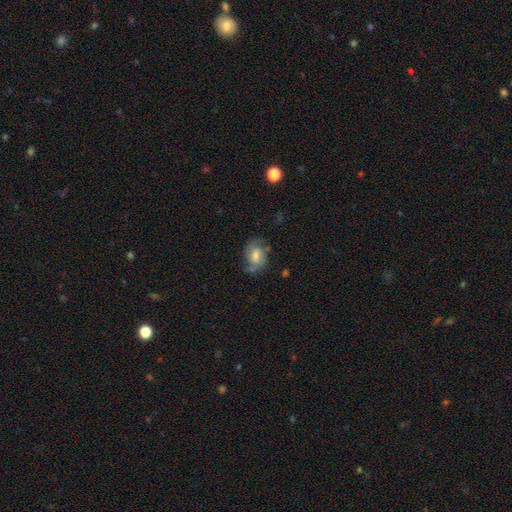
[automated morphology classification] The model was most divided on "bar": no: 47%, weak: 42%, strong: 10%. More confident: edge-on disk — no (96%); spiral arms — yes (84%); merging — none (62%); smooth or featured — featured or disk (55%); bulge size — moderate (55%).